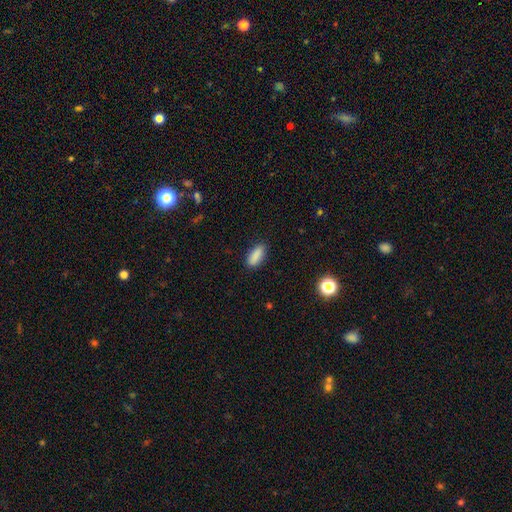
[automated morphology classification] smooth-or-featured: smooth: 88% | star or artifact: 8% | featured or disk: 4%
  how-rounded: in between: 77% | cigar-shaped: 20% | round: 2%
  merging: none: 87% | minor disturbance: 9% | major disturbance: 2% | merger: 1%